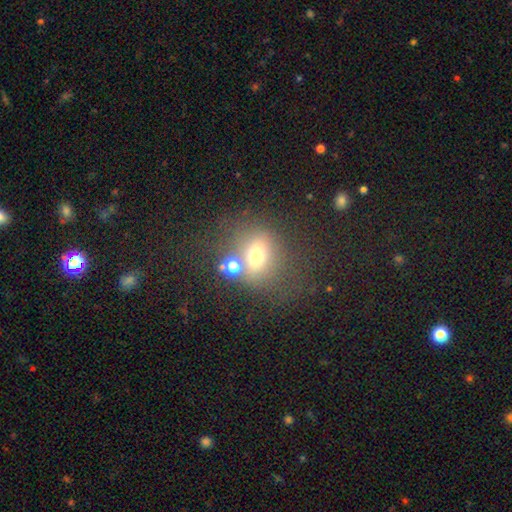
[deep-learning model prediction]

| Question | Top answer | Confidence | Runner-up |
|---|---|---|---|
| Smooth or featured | smooth | 63% | featured or disk (20%) |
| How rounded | round | 56% | in between (42%) |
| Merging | none | 53% | merger (23%) |